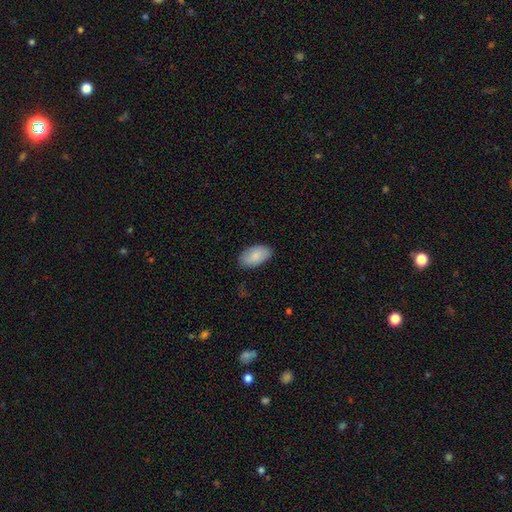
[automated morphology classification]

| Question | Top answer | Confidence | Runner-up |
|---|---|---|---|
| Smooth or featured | smooth | 86% | featured or disk (8%) |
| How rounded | in between | 95% | round (3%) |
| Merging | none | 86% | minor disturbance (11%) |